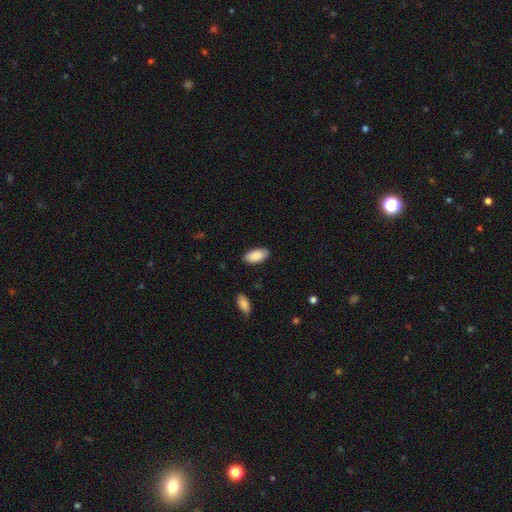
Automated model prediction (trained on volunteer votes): Overall: smooth (90%). How rounded: in between (95%). Merging: none (84%).